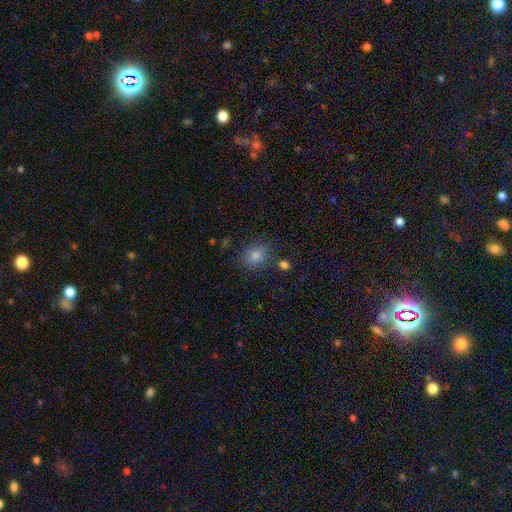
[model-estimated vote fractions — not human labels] smooth_or_featured: smooth (p=0.76) [alt: star or artifact p=0.15]
how_rounded: round (p=0.52) [alt: in between p=0.47]
merging: none (p=0.81) [alt: minor disturbance p=0.11]